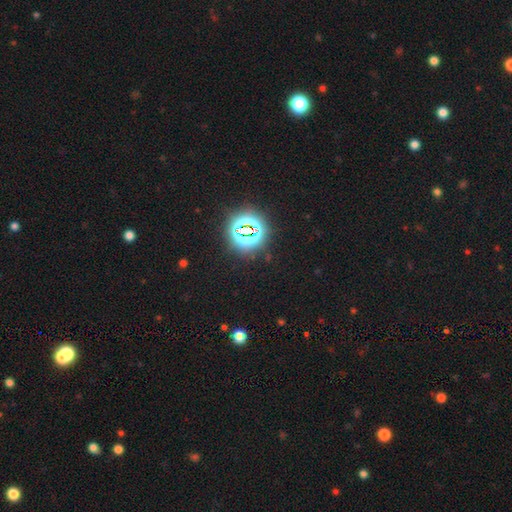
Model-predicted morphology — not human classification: A star or artifact, not a galaxy (84%).